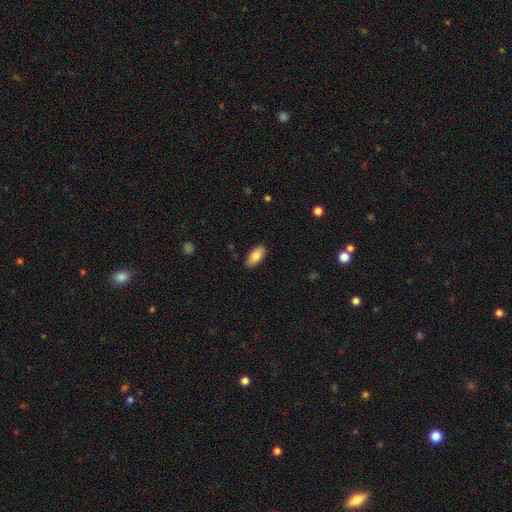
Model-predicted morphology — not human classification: A smooth galaxy with no disk features (83%) that is in between round and cigar-shaped (92%). Merging: none (88%).